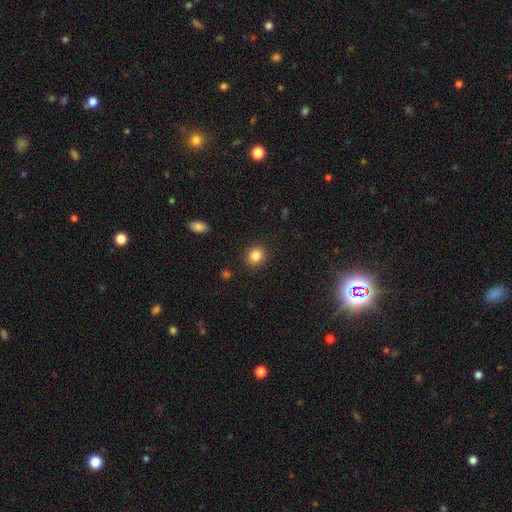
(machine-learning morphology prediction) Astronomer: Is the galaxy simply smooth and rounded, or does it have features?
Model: smooth — 85%.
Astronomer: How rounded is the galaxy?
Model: round — 73%.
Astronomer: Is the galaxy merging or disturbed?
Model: none — 90%.